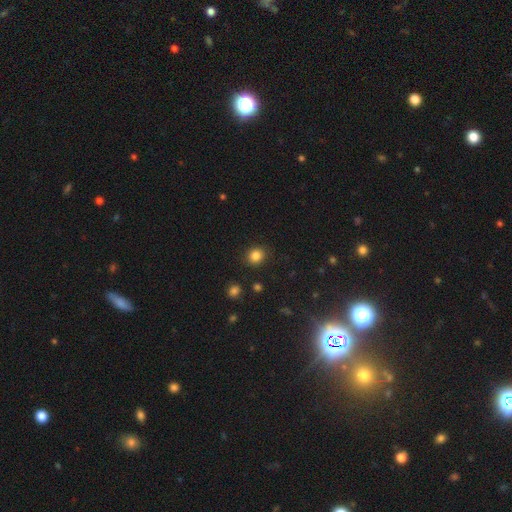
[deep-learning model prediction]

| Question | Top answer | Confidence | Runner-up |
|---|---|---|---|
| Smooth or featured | smooth | 84% | star or artifact (11%) |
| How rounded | round | 79% | in between (20%) |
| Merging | none | 89% | minor disturbance (7%) |